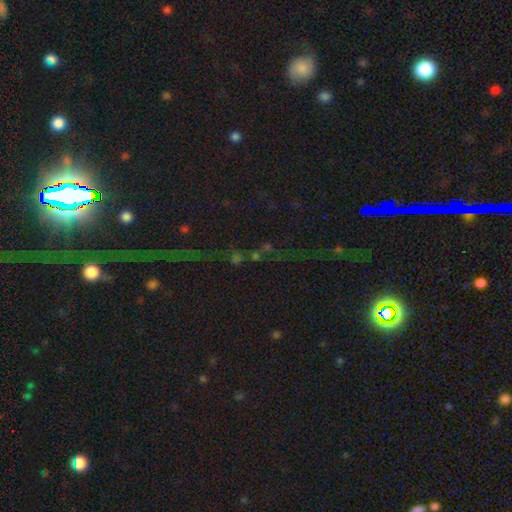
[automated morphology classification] star or artifact 66%, smooth 22%, featured or disk 12%.